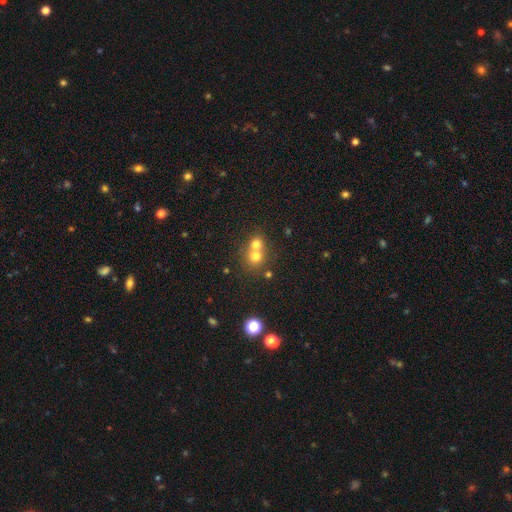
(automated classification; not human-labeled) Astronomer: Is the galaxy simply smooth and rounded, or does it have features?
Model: smooth — 71%.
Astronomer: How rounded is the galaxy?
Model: round — 82%.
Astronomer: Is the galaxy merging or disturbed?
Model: merger — 60%.